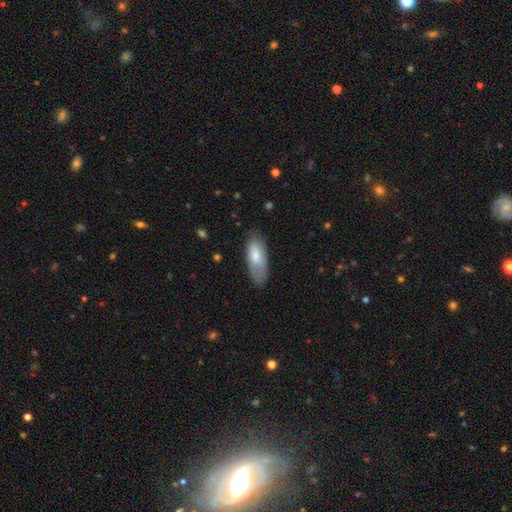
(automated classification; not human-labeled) This is likely a smooth galaxy (72%). How rounded: likely in between (78%). Merging: likely none (68%).